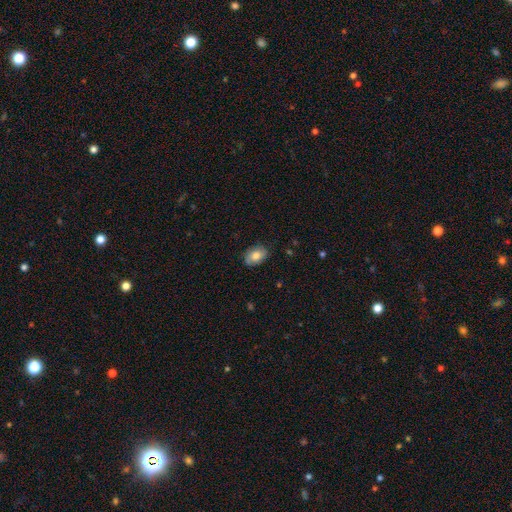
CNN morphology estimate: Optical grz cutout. It shows a smooth galaxy with no disk features (71%) that is in between round and cigar-shaped (82%). Merging: none (80%).